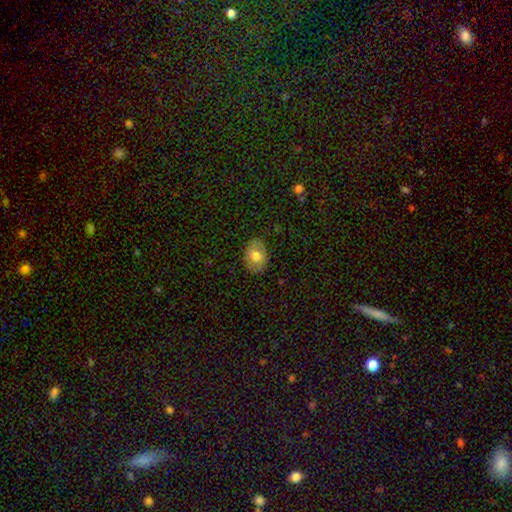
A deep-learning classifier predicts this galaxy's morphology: Smooth or featured?
  - smooth: 69% *
  - featured or disk: 24%
  - star or artifact: 7%
How rounded?
  - in between: 75% *
  - round: 24%
  - cigar-shaped: 1%
Merging?
  - none: 82% *
  - minor disturbance: 14%
  - major disturbance: 3%
  - merger: 1%